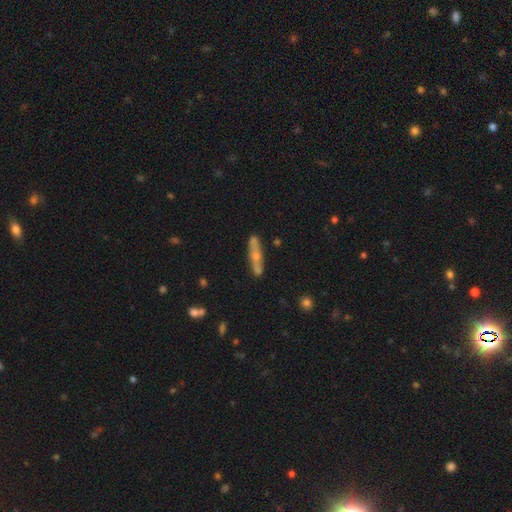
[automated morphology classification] This appears to be a featured or disk galaxy (51%) viewed edge-on (74%). Merging: none (73%).